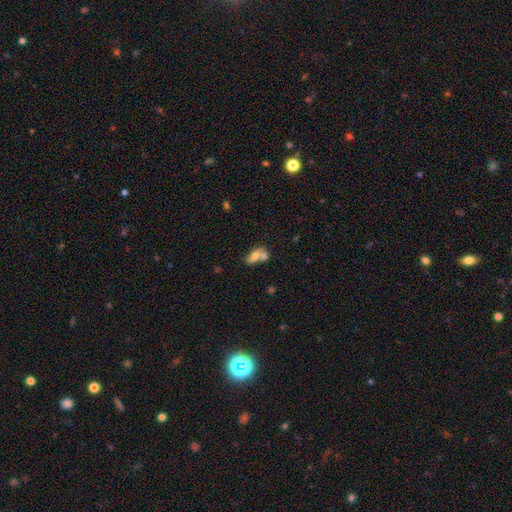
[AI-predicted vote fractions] Smooth or featured: smooth — 70% (featured or disk — 21%)
How rounded: in between — 82% (round — 12%)
Merging: merger — 63% (none — 24%)